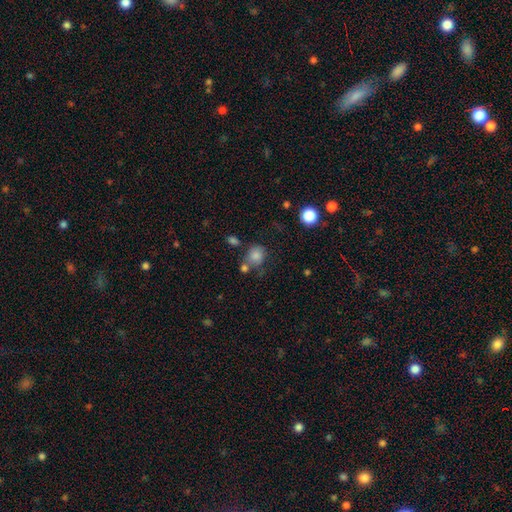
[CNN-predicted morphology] Smooth or featured? Predicted: smooth (p=0.81). How rounded? Predicted: round (p=0.70). Merging? Predicted: none (p=0.58).